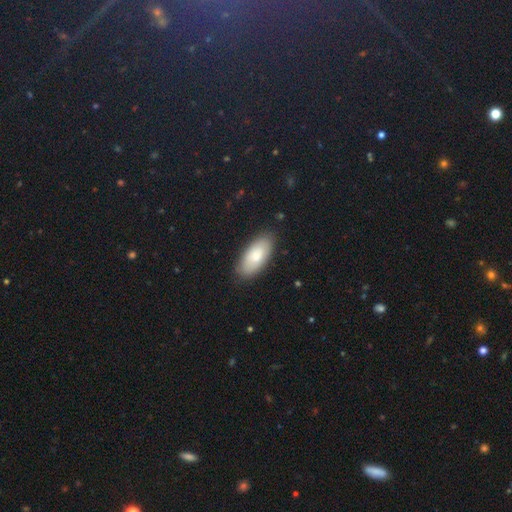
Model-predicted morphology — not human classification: Q: Smooth or featured?
A: smooth (76%); runner-up: featured or disk (18%)
Q: How rounded?
A: in between (91%); runner-up: cigar-shaped (7%)
Q: Merging?
A: none (84%); runner-up: minor disturbance (12%)